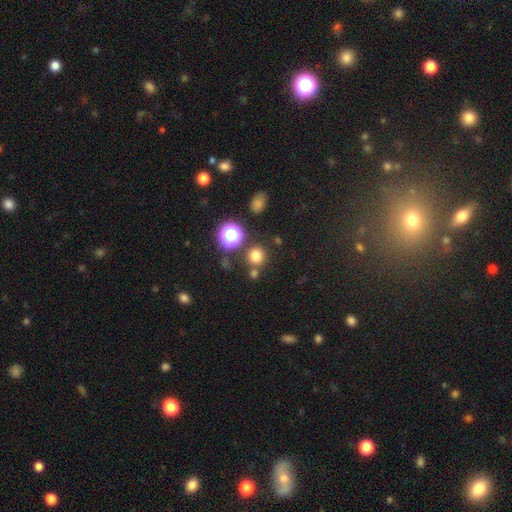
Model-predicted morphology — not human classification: A smooth galaxy with no disk features (74%) that is round (89%).

Vote fractions:
- Smooth or featured? smooth: 74% / star or artifact: 21% / featured or disk: 6%
- How rounded? round: 89% / in between: 10% / cigar-shaped: 1%
- Merging? none: 76% / merger: 12% / minor disturbance: 9% / major disturbance: 4%